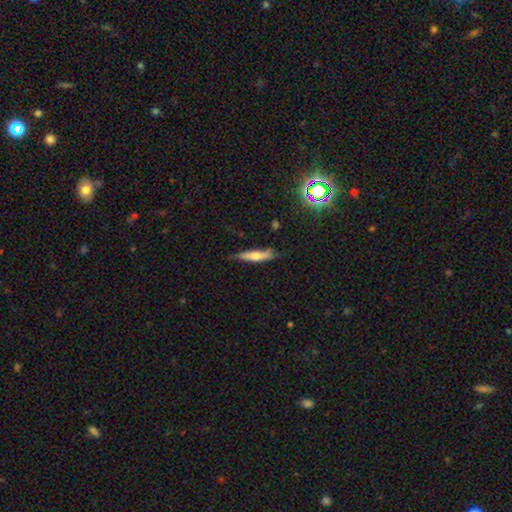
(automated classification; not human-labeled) Smooth or featured? Predicted: smooth (p=0.58). How rounded? Predicted: cigar-shaped (p=0.81). Merging? Predicted: none (p=0.70).